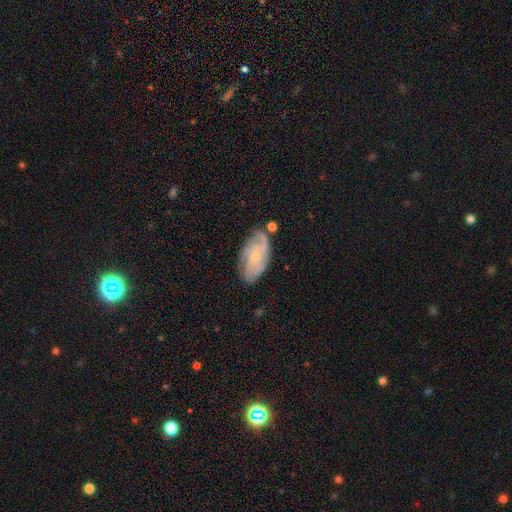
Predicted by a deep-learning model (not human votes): smooth_or_featured: featured or disk (p=0.77) [alt: smooth p=0.16]
disk_edge_on: no (p=0.95) [alt: yes p=0.05]
bar: no (p=0.70) [alt: weak p=0.26]
has_spiral_arms: yes (p=0.95) [alt: no p=0.05]
spiral_winding: tight (p=0.51) [alt: medium p=0.37]
spiral_arm_count: 3 (p=0.32) [alt: 4 p=0.23]
bulge_size: small (p=0.68) [alt: moderate p=0.26]
merging: none (p=0.72) [alt: minor disturbance p=0.20]